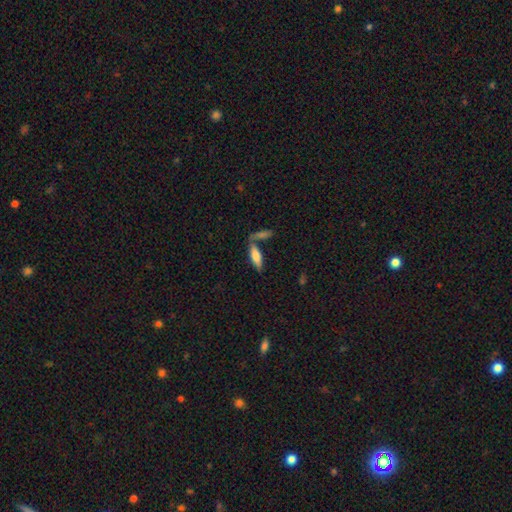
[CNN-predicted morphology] smooth_or_featured: smooth (p=0.69) [alt: featured or disk p=0.24]
how_rounded: in between (p=0.52) [alt: cigar-shaped p=0.46]
merging: none (p=0.54) [alt: merger p=0.29]